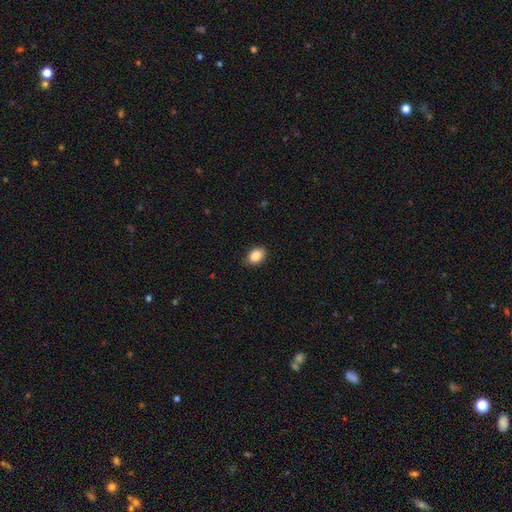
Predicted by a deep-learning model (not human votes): A smooth galaxy with no disk features (87%) that is in between round and cigar-shaped (73%).

Vote fractions:
- Smooth or featured? smooth: 87% / star or artifact: 8% / featured or disk: 5%
- How rounded? in between: 73% / round: 26% / cigar-shaped: 1%
- Merging? none: 85% / minor disturbance: 12% / major disturbance: 2% / merger: 1%